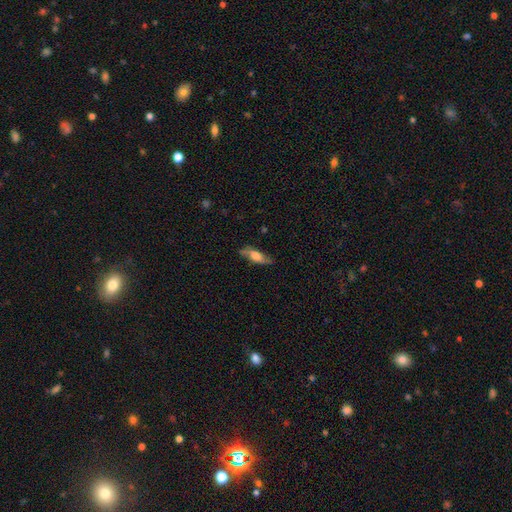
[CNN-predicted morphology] The model was most divided on "smooth or featured": smooth: 48%, featured or disk: 45%, star or artifact: 7%. More confident: merging — none (76%).